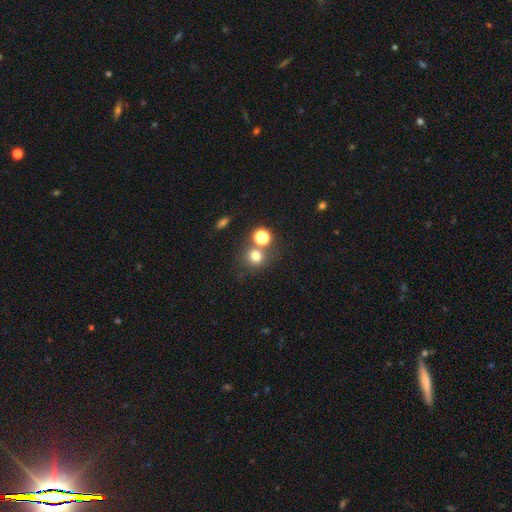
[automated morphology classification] The model was most divided on "merging": none: 66%, merger: 21%, minor disturbance: 9%, major disturbance: 4%. More confident: how rounded — round (85%); smooth or featured — smooth (74%).